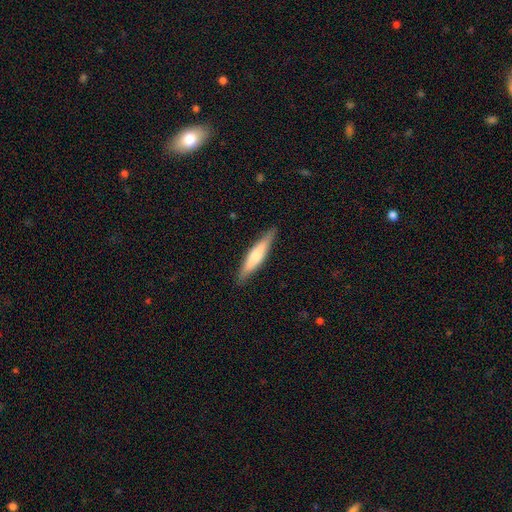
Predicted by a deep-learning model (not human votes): This appears to be a smooth galaxy with no disk features (60%) that is cigar-shaped (86%). Merging: none (88%).